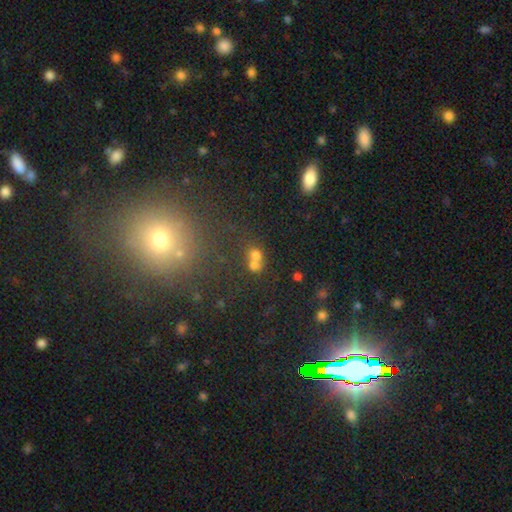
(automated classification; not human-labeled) smooth_or_featured: smooth (p=0.65) [alt: star or artifact p=0.21]
how_rounded: round (p=0.72) [alt: in between p=0.26]
merging: merger (p=0.55) [alt: none p=0.33]